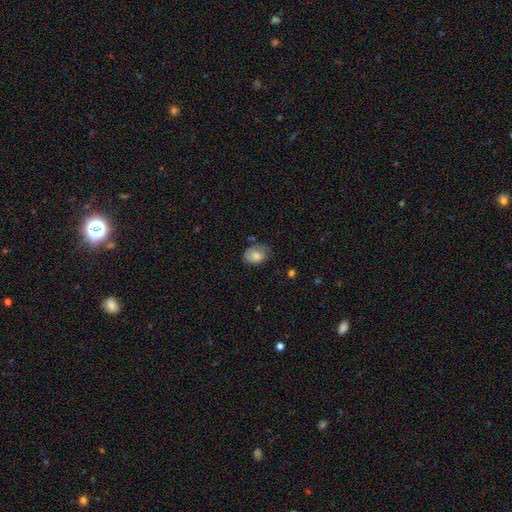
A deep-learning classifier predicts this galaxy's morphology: This appears to be a smooth galaxy with no disk features (72%) that is in between round and cigar-shaped (73%). Merging: none (54%).